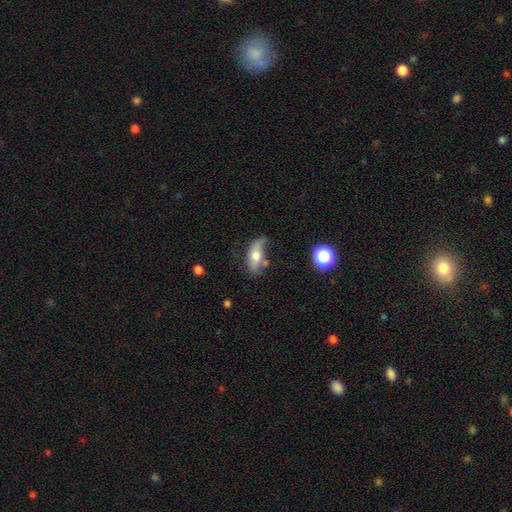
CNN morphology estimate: smooth_or_featured: smooth (p=0.54) [alt: featured or disk p=0.37]
how_rounded: in between (p=0.81) [alt: cigar-shaped p=0.13]
merging: none (p=0.42) [alt: minor disturbance p=0.32]